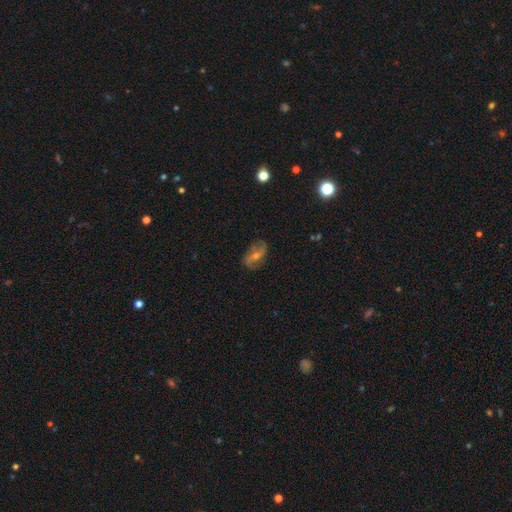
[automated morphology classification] Smooth or featured? featured or disk (67%)
Edge-on disk? no (93%)
Bar? weak (40%)
Spiral arms? yes (84%)
Spiral winding? loose (42%)
Spiral arm count? 2 (77%)
Bulge size? moderate (51%)
Merging? none (78%)